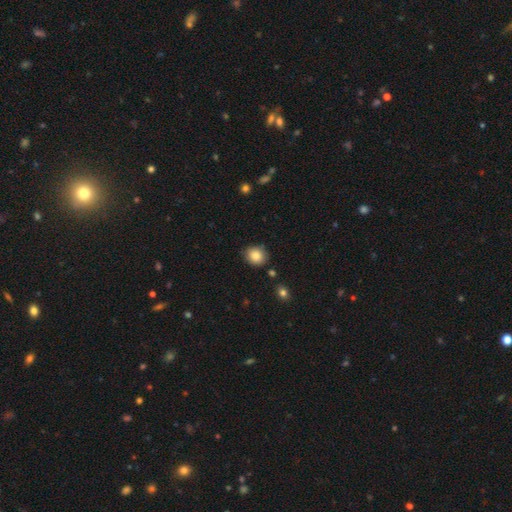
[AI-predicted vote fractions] Smooth or featured? smooth (86%)
How rounded? round (69%)
Merging? none (83%)